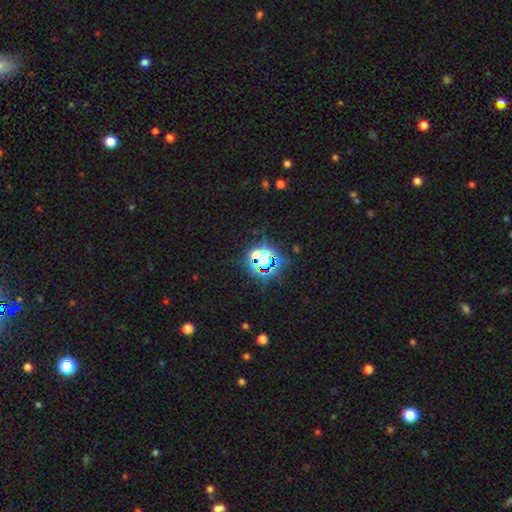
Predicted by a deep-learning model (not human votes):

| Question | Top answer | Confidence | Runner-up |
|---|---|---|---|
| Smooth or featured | star or artifact | 67% | smooth (22%) |